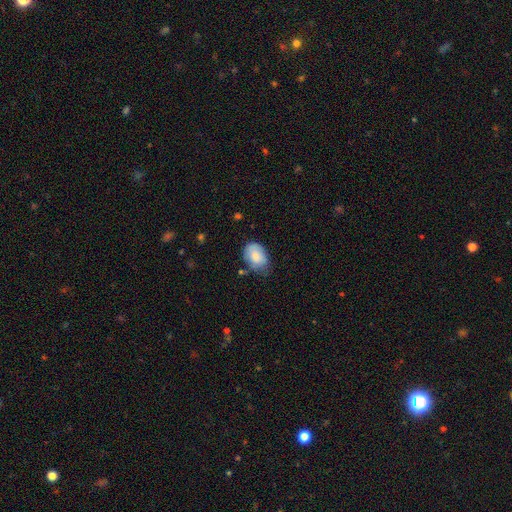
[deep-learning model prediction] Smooth or featured? Predicted: smooth (p=0.79). How rounded? Predicted: in between (p=0.80). Merging? Predicted: none (p=0.53).